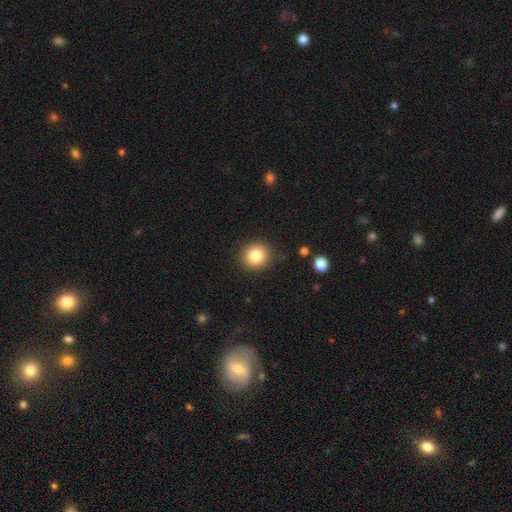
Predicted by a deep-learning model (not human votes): smooth-or-featured: smooth: 83% | star or artifact: 10% | featured or disk: 7%
  how-rounded: round: 89% | in between: 11% | cigar-shaped: 1%
  merging: none: 90% | minor disturbance: 7% | major disturbance: 2% | merger: 1%